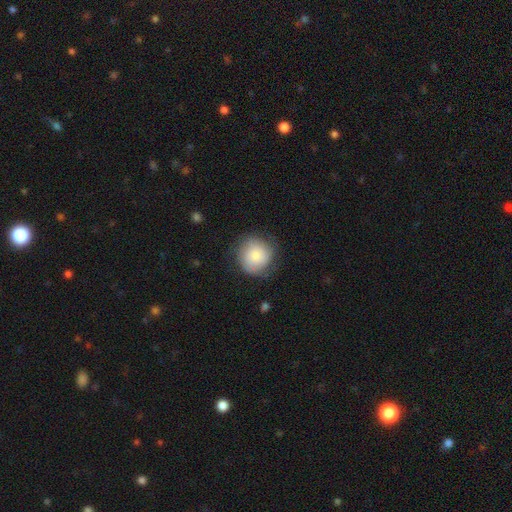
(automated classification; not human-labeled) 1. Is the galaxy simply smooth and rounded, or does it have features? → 78% smooth, 15% featured or disk, 7% star or artifact.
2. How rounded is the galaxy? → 92% round, 7% in between, 1% cigar-shaped.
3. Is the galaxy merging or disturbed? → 74% none, 19% minor disturbance, 6% major disturbance, 1% merger.